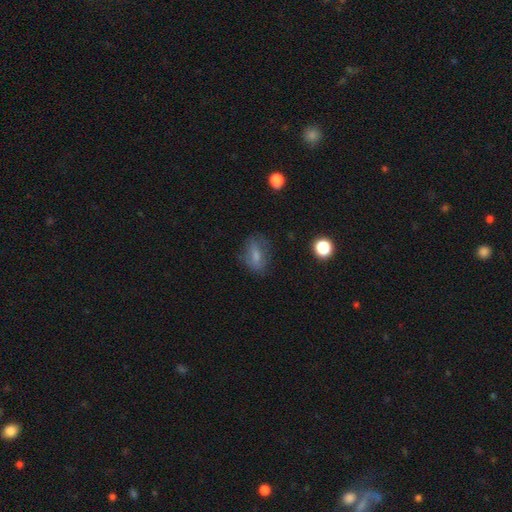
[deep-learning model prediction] A smooth galaxy with no disk features (66%) that is in between round and cigar-shaped (76%). Merging: none (65%).